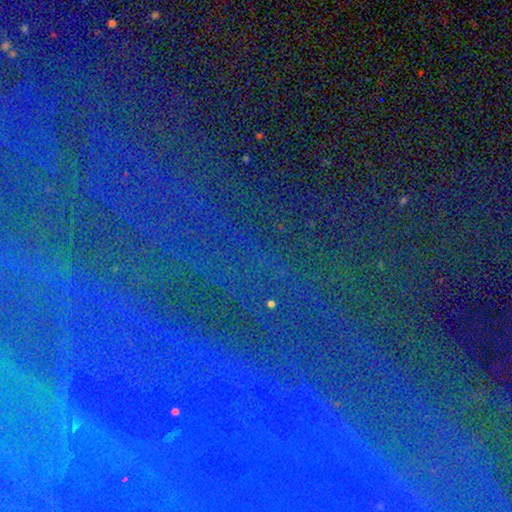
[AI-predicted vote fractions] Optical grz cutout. It shows a star or artifact, not a galaxy (76%).